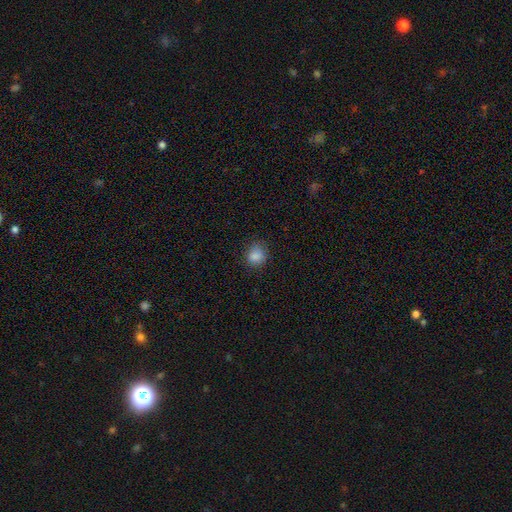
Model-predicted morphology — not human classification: This is clearly a smooth galaxy (85%). How rounded: likely round (73%). Merging: likely none (78%).